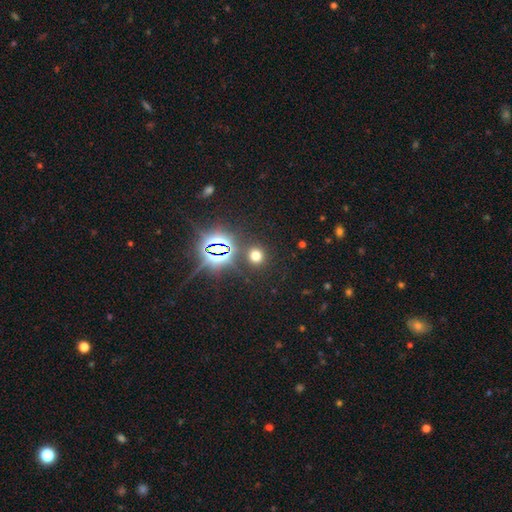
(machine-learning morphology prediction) This appears to be a smooth galaxy with no disk features (61%) that is round (85%). Merging: none (86%).